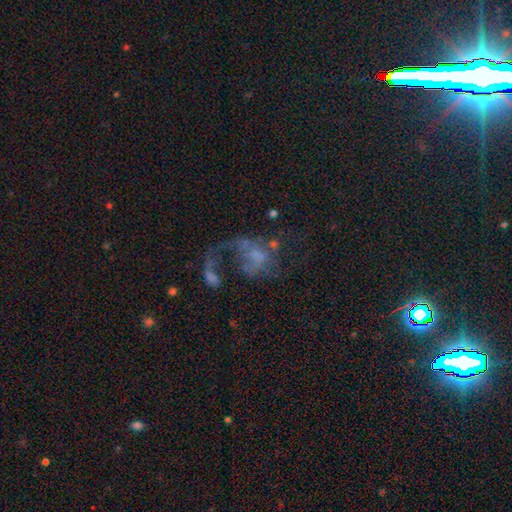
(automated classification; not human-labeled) smooth-or-featured: featured or disk: 60% | smooth: 23% | star or artifact: 17%
  disk-edge-on: no: 98% | yes: 2%
    bar: no: 80% | weak: 17% | strong: 4%
    has-spiral-arms: no: 57% | yes: 43%
    bulge-size: none: 62% | small: 20% | moderate: 12% | large: 4% | dominant: 2%
  merging: major disturbance: 53% | none: 21% | merger: 15% | minor disturbance: 11%